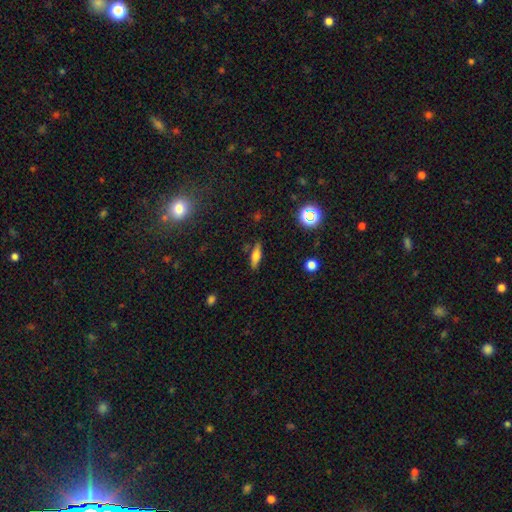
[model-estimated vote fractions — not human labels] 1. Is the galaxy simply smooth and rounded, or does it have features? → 59% smooth, 30% featured or disk, 11% star or artifact.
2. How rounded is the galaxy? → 55% cigar-shaped, 41% in between, 4% round.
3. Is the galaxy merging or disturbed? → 84% none, 11% minor disturbance, 3% major disturbance, 2% merger.